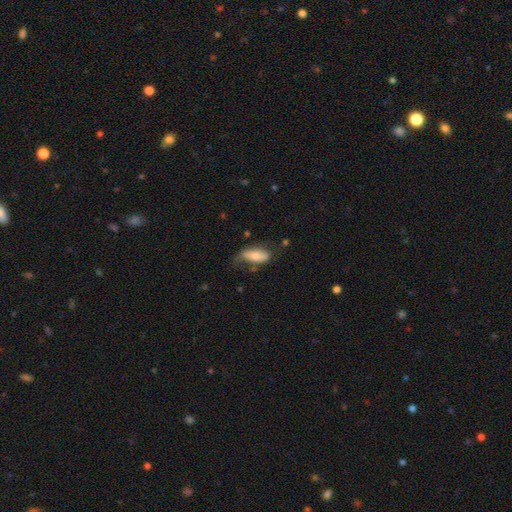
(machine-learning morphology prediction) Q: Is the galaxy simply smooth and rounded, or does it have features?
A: smooth — 67%.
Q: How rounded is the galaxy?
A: in between — 82%.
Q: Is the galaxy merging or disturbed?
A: none — 46%.